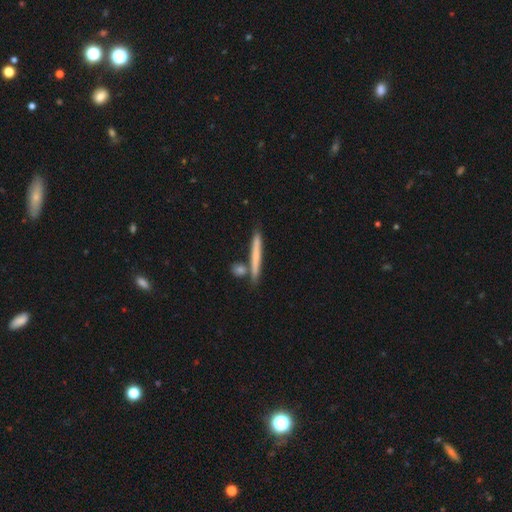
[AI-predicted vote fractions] Q: Smooth or featured?
A: smooth (61%); runner-up: featured or disk (33%)
Q: How rounded?
A: cigar-shaped (95%); runner-up: in between (3%)
Q: Merging?
A: none (78%); runner-up: merger (11%)